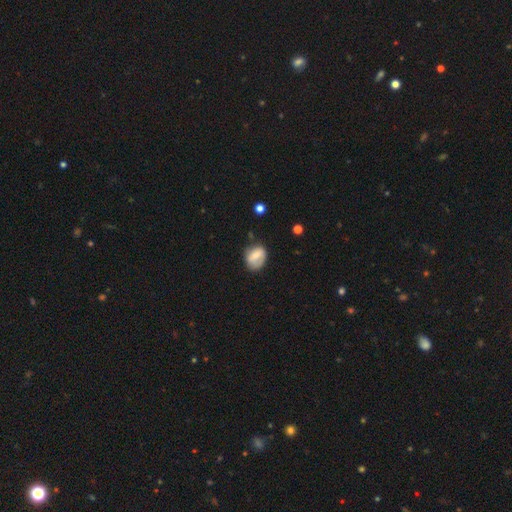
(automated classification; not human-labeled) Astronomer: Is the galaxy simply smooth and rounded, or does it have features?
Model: smooth — 69%.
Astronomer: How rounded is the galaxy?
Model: in between — 60% (runner-up: round, 38%).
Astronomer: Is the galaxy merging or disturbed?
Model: none — 58%.